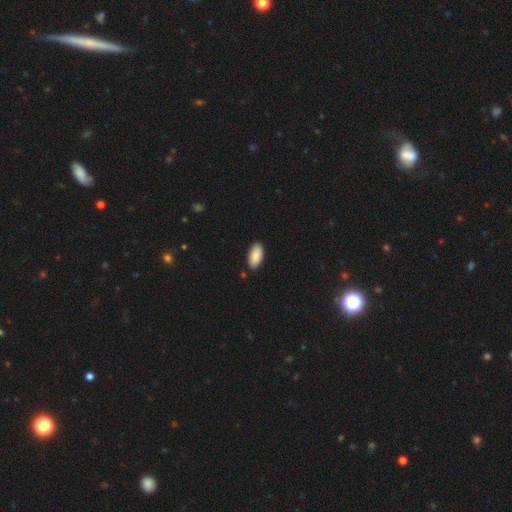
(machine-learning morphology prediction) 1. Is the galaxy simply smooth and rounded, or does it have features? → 90% smooth, 6% star or artifact, 4% featured or disk.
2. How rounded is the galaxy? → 94% in between, 5% cigar-shaped, 2% round.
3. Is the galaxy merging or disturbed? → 88% none, 9% minor disturbance, 2% major disturbance, 1% merger.